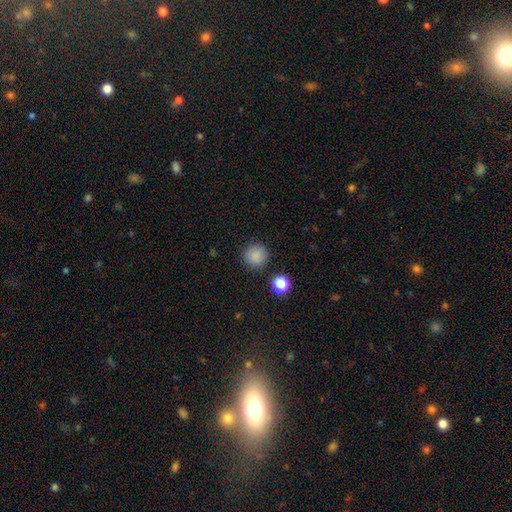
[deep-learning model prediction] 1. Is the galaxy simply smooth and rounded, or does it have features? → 85% smooth, 11% star or artifact, 4% featured or disk.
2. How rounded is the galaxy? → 92% round, 7% in between, 1% cigar-shaped.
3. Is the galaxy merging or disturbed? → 87% none, 8% minor disturbance, 3% major disturbance, 2% merger.